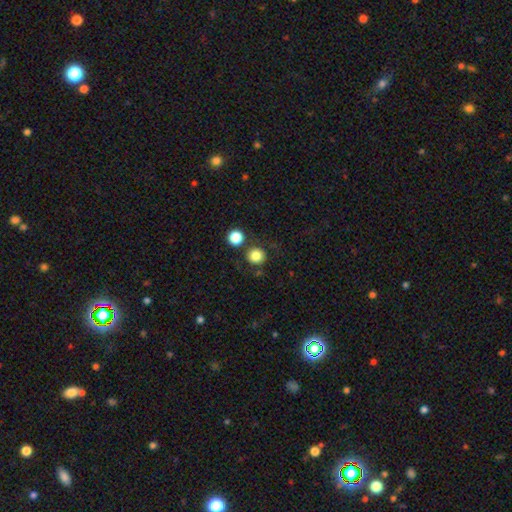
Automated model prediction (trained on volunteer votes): This appears to be a smooth galaxy with no disk features (82%) that is round (92%). Merging: none (78%).